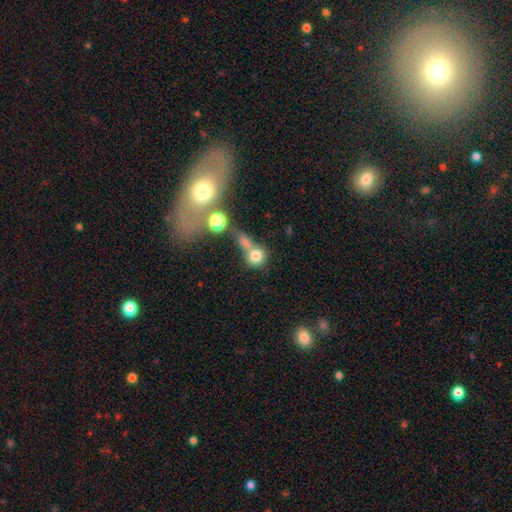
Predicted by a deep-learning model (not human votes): smooth_or_featured: smooth (p=0.74) [alt: star or artifact p=0.14]
how_rounded: round (p=0.79) [alt: in between p=0.19]
merging: merger (p=0.42) [alt: none p=0.40]